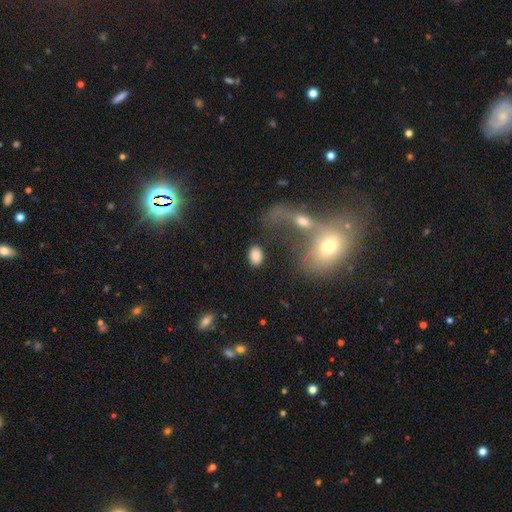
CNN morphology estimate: smooth-or-featured: smooth: 84% | featured or disk: 8% | star or artifact: 8%
  how-rounded: in between: 81% | round: 17% | cigar-shaped: 2%
  merging: none: 75% | minor disturbance: 11% | merger: 7% | major disturbance: 7%